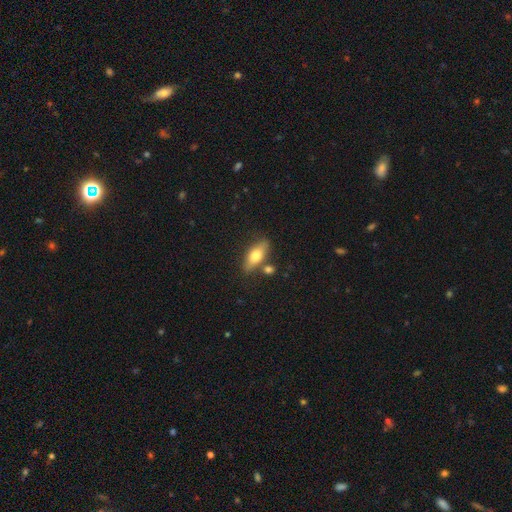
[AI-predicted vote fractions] Smooth or featured? Predicted: smooth (p=0.67). How rounded? Predicted: in between (p=0.71). Merging? Predicted: none (p=0.73).